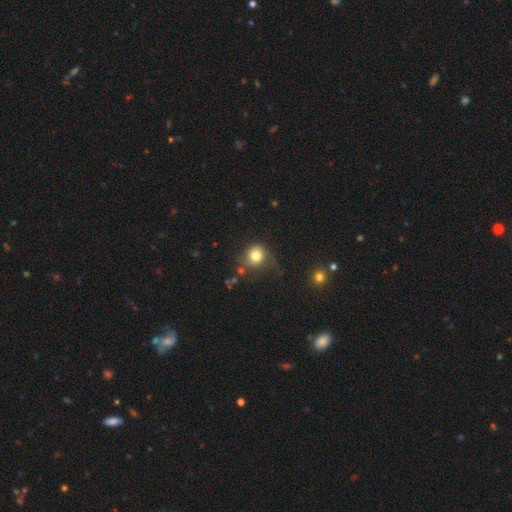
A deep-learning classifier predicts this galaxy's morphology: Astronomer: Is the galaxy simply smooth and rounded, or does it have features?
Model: smooth — 78%.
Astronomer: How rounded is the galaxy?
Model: round — 84%.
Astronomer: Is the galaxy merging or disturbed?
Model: none — 57%.